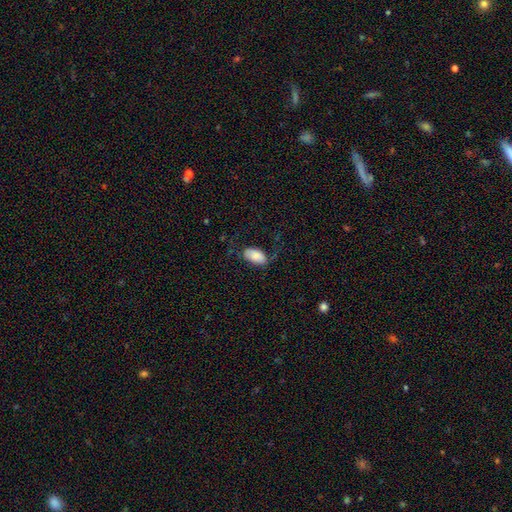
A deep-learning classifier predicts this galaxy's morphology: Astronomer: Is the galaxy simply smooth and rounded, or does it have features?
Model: smooth — 79%.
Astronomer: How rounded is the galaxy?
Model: in between — 95%.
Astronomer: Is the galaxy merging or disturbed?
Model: none — 64%.